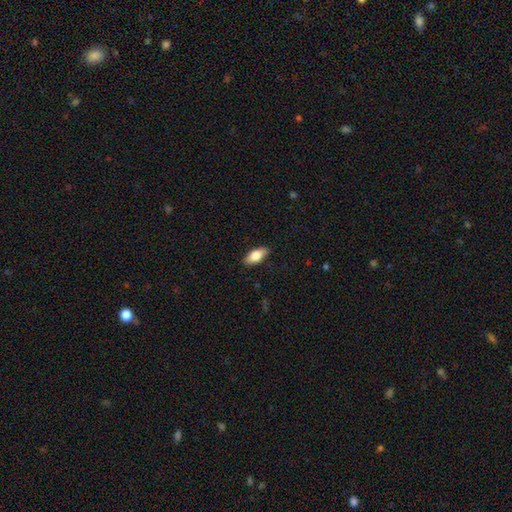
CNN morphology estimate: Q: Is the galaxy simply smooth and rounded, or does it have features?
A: smooth — 76%.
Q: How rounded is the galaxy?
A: in between — 85%.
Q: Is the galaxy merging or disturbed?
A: none — 86%.